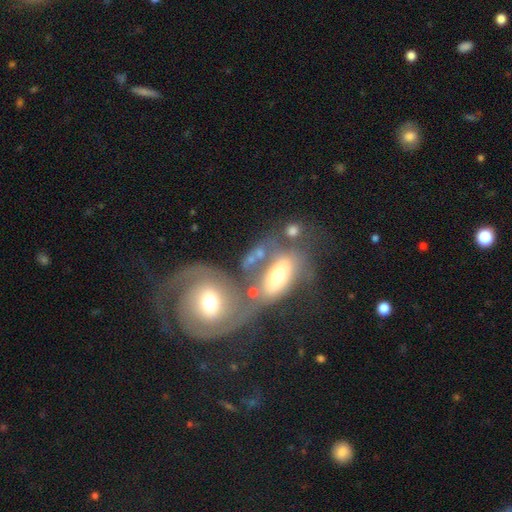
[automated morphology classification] This appears to be a featured or disk galaxy (53%). Merging: merger (58%).